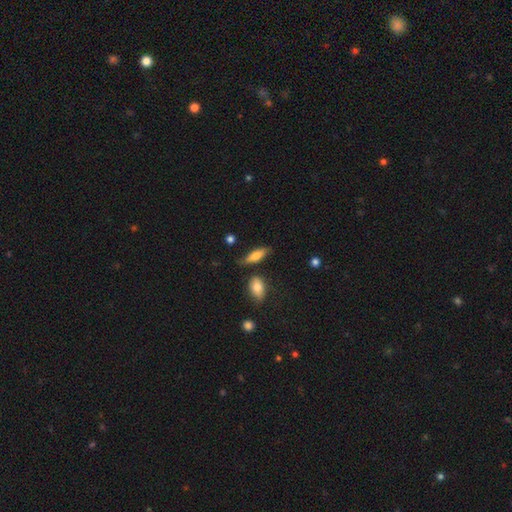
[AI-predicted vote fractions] Smooth or featured?
  - smooth: 73% *
  - featured or disk: 20%
  - star or artifact: 7%
How rounded?
  - in between: 59% *
  - cigar-shaped: 37%
  - round: 3%
Merging?
  - none: 66% *
  - minor disturbance: 22%
  - merger: 6%
  - major disturbance: 5%